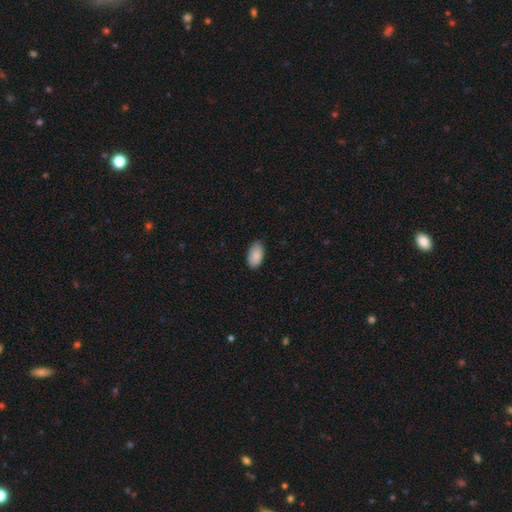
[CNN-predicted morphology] Smooth or featured: smooth — 88% (star or artifact — 6%)
How rounded: in between — 95% (round — 3%)
Merging: none — 81% (minor disturbance — 16%)